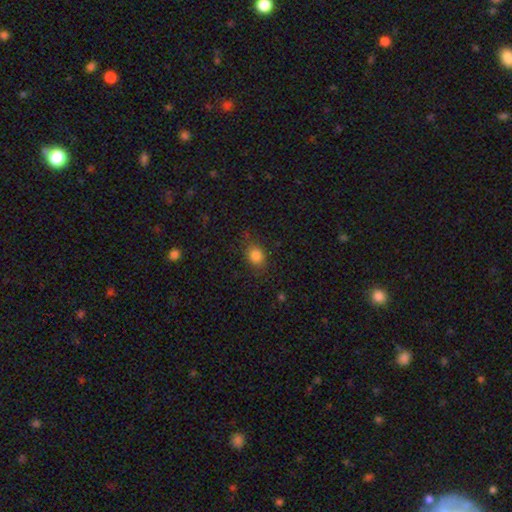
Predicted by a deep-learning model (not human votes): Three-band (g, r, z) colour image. It shows a smooth galaxy with no disk features (84%) that is round (53%). Merging: none (79%).